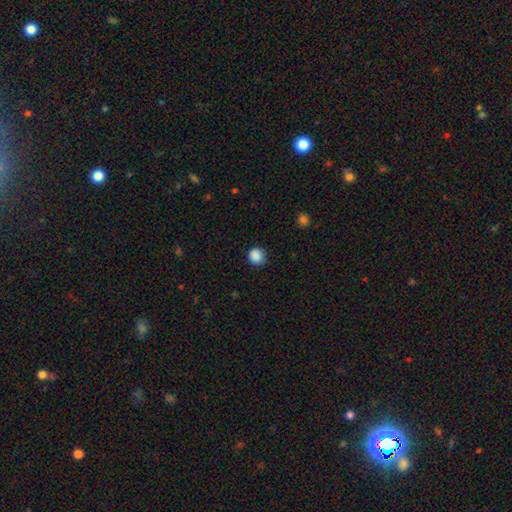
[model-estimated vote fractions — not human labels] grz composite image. It shows a smooth galaxy with no disk features (88%) that is round (89%). Merging: none (83%).